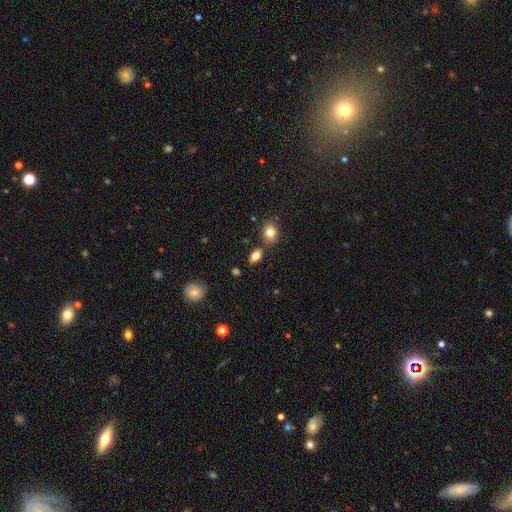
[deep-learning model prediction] Smooth or featured? smooth (80%)
How rounded? in between (84%)
Merging? none (73%)